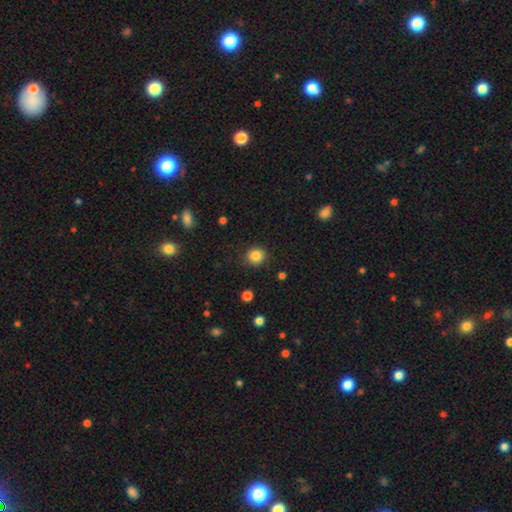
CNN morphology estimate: type=smooth (85%); roundness=round (86%); merging=none (87%).